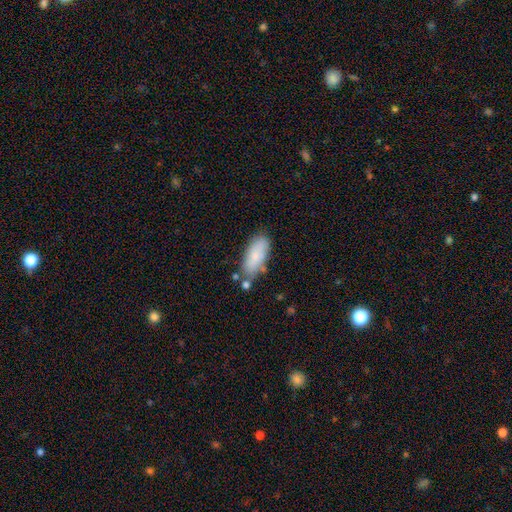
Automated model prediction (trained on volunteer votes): A smooth galaxy with no disk features (77%) that is in between round and cigar-shaped (81%).

Vote fractions:
- Smooth or featured? smooth: 77% / featured or disk: 16% / star or artifact: 7%
- How rounded? in between: 81% / cigar-shaped: 17% / round: 2%
- Merging? none: 65% / minor disturbance: 21% / merger: 9% / major disturbance: 5%